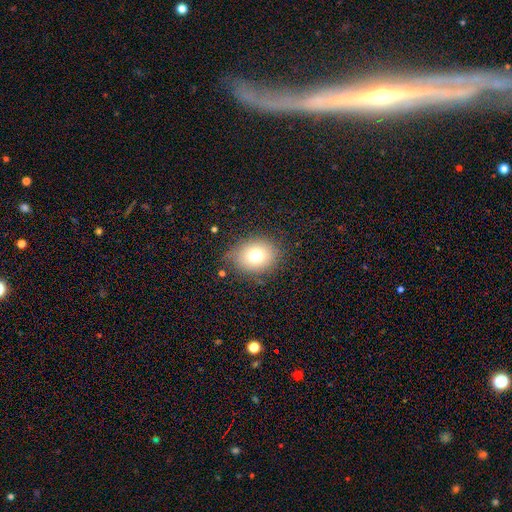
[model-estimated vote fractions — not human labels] A smooth galaxy with no disk features (74%) that is round (58%).

Vote fractions:
- Smooth or featured? smooth: 74% / featured or disk: 13% / star or artifact: 12%
- How rounded? round: 58% / in between: 42% / cigar-shaped: 1%
- Merging? none: 79% / minor disturbance: 15% / major disturbance: 4% / merger: 1%